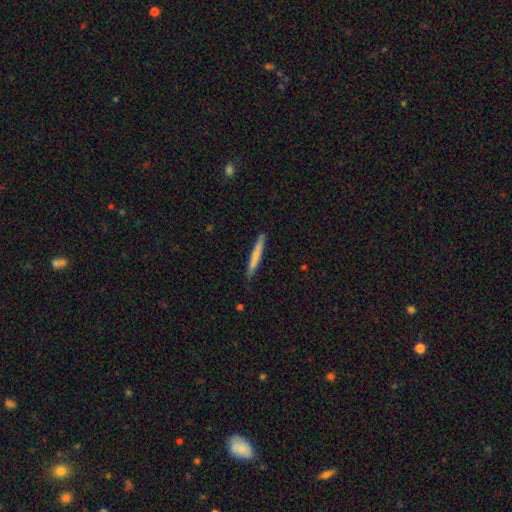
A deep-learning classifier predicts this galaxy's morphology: This is likely a smooth galaxy (68%). How rounded: clearly cigar-shaped (96%). Merging: clearly none (84%).